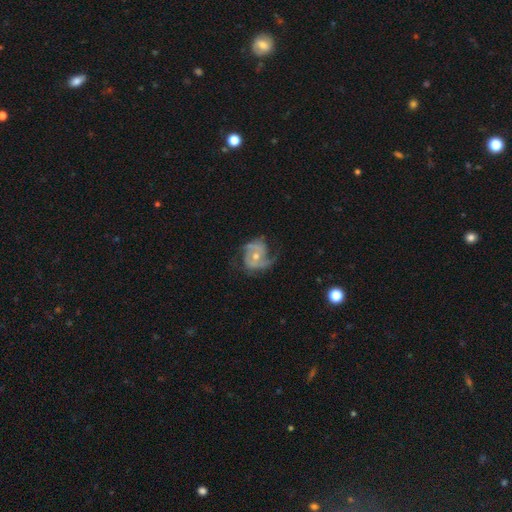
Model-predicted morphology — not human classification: Smooth or featured? featured or disk (82%)
Edge-on disk? no (98%)
Bar? no (68%)
Spiral arms? yes (92%)
Spiral winding? medium (46%)
Spiral arm count? 2 (60%)
Bulge size? moderate (57%)
Merging? none (56%)